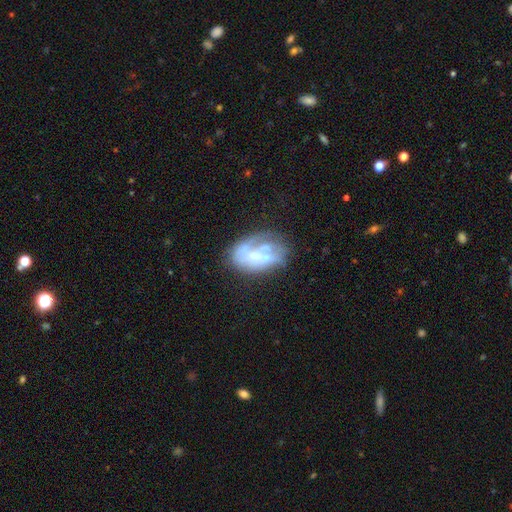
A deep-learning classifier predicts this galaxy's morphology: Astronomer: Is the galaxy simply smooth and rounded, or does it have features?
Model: featured or disk — 60%.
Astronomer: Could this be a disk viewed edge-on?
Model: no — 96%.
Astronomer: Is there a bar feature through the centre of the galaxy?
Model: no — 80%.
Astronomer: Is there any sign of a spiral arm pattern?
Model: no — 70%.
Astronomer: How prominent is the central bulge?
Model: small — 38% (runner-up: none, 30%).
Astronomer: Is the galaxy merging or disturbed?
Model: none — 40% (runner-up: major disturbance, 21%).